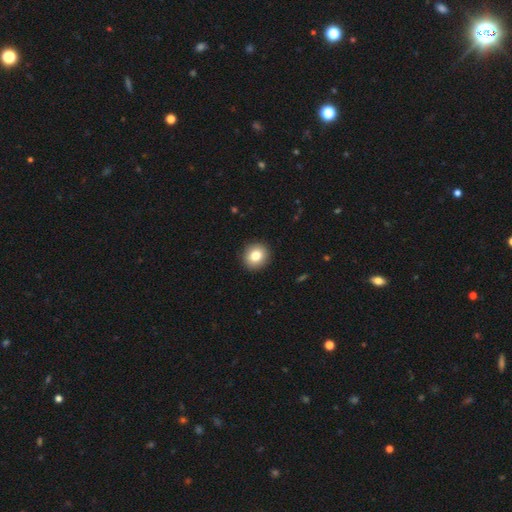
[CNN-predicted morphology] Overall: smooth (82%). How rounded: round (89%). Merging: none (92%).